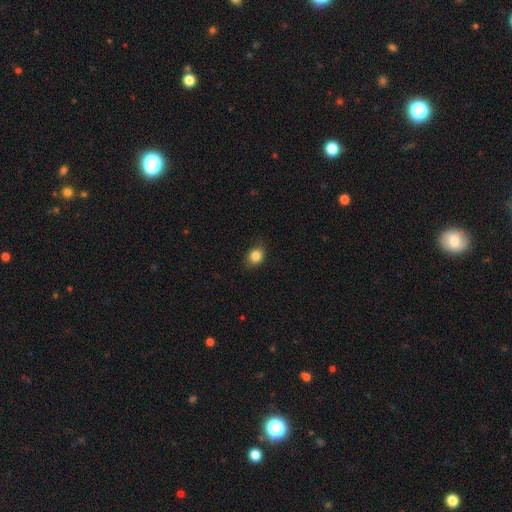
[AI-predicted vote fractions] The model was most divided on "how rounded": in between: 50%, round: 49%, cigar-shaped: 1%. More confident: smooth or featured — smooth (85%); merging — none (74%).